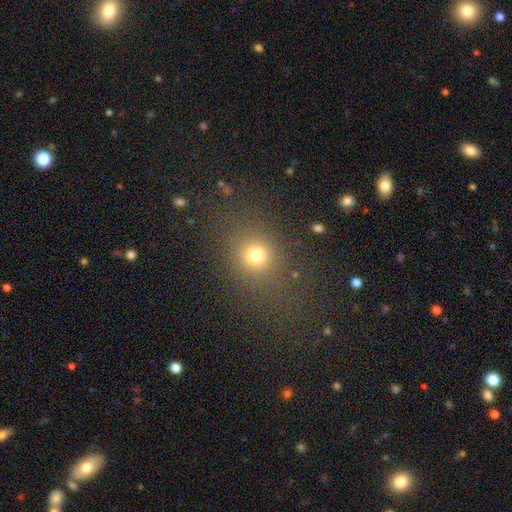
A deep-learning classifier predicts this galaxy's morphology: smooth_or_featured: smooth (p=0.73) [alt: star or artifact p=0.19]
how_rounded: round (p=0.68) [alt: in between p=0.30]
merging: none (p=0.73) [alt: minor disturbance p=0.12]